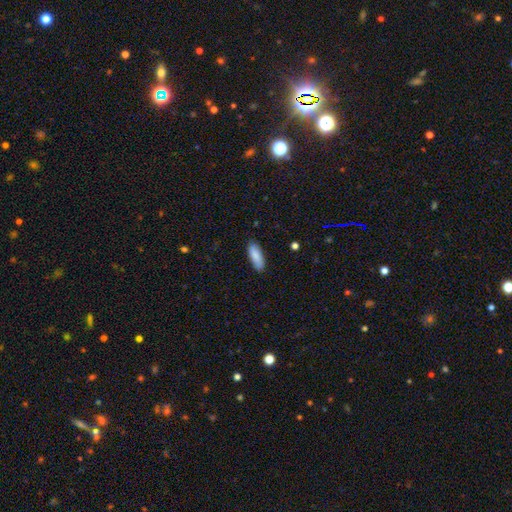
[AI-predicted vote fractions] Morphology: type=smooth (88%); roundness=in between (66%); merging=none (86%).